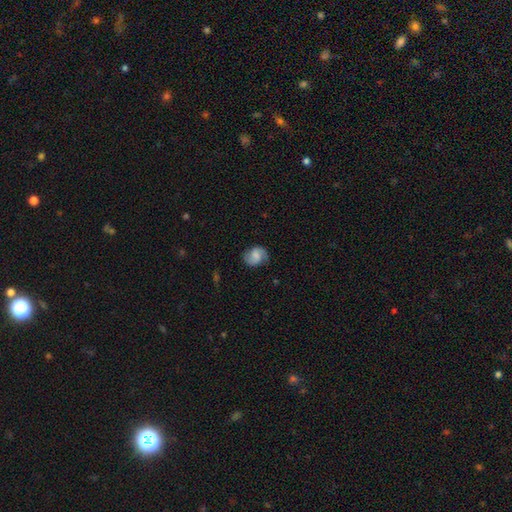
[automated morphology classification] smooth_or_featured: featured or disk (p=0.51) [alt: smooth p=0.41]
disk_edge_on: no (p=0.97) [alt: yes p=0.03]
merging: none (p=0.75) [alt: minor disturbance p=0.18]